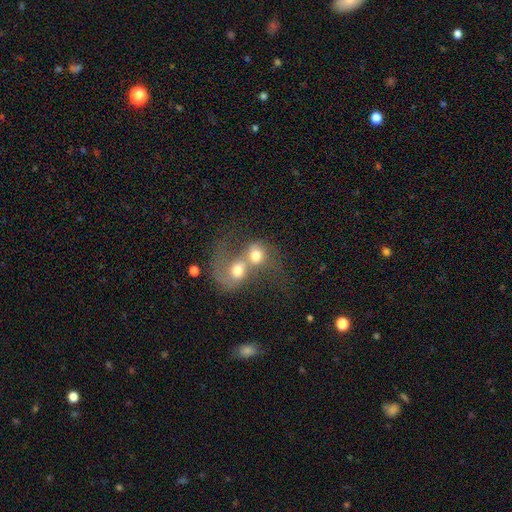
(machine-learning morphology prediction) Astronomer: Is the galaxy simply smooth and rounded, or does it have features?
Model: smooth — 55% (runner-up: featured or disk, 35%).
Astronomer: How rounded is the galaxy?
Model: round — 63%.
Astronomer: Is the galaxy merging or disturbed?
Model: merger — 83%.